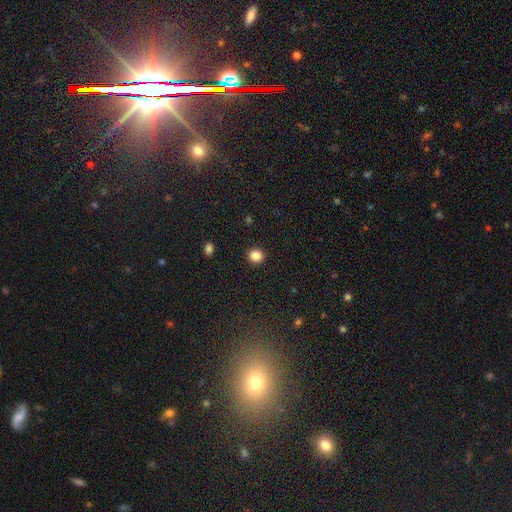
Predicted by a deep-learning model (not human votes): smooth-or-featured: smooth: 85% | star or artifact: 11% | featured or disk: 4%
  how-rounded: round: 86% | in between: 13% | cigar-shaped: 1%
  merging: none: 92% | minor disturbance: 5% | major disturbance: 2% | merger: 1%